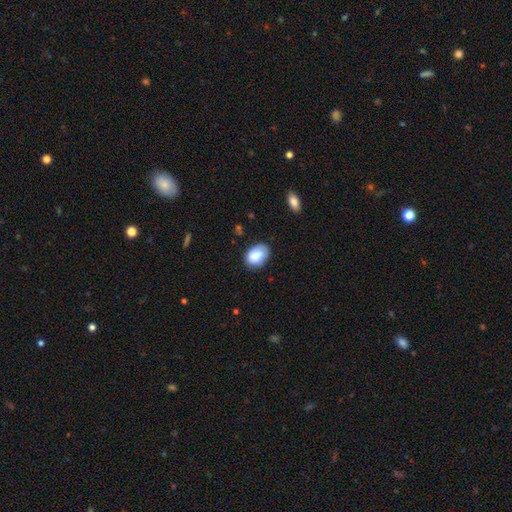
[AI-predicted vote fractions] A smooth galaxy with no disk features (84%) that is in between round and cigar-shaped (78%).

Vote fractions:
- Smooth or featured? smooth: 84% / featured or disk: 9% / star or artifact: 7%
- How rounded? in between: 78% / round: 21% / cigar-shaped: 1%
- Merging? none: 73% / minor disturbance: 21% / major disturbance: 4% / merger: 2%